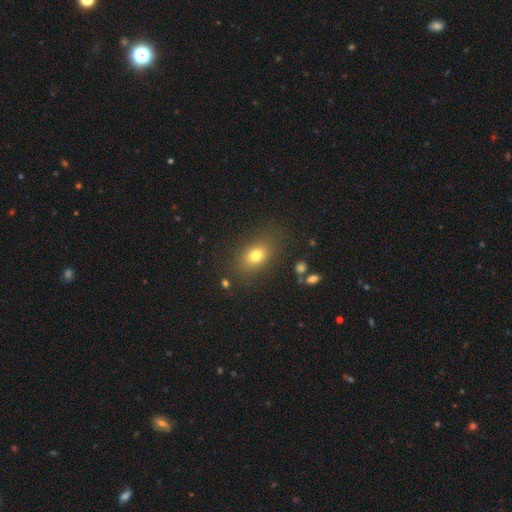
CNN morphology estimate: Smooth or featured?
  - smooth: 75% *
  - featured or disk: 13%
  - star or artifact: 13%
How rounded?
  - in between: 74% *
  - round: 23%
  - cigar-shaped: 2%
Merging?
  - none: 80% *
  - minor disturbance: 12%
  - major disturbance: 6%
  - merger: 2%